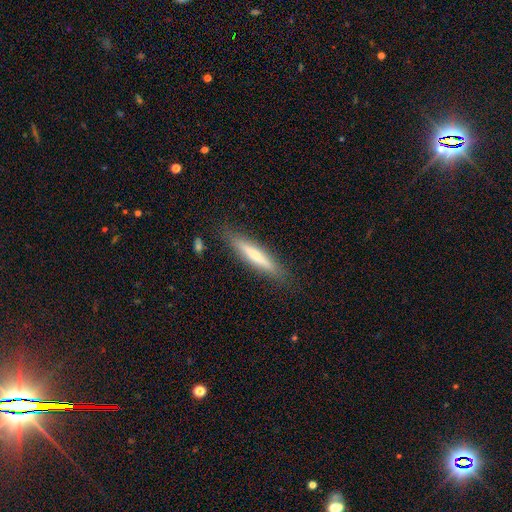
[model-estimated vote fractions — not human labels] Overall: smooth (60%; featured or disk 34%). How rounded: cigar-shaped (91%). Merging: none (86%).